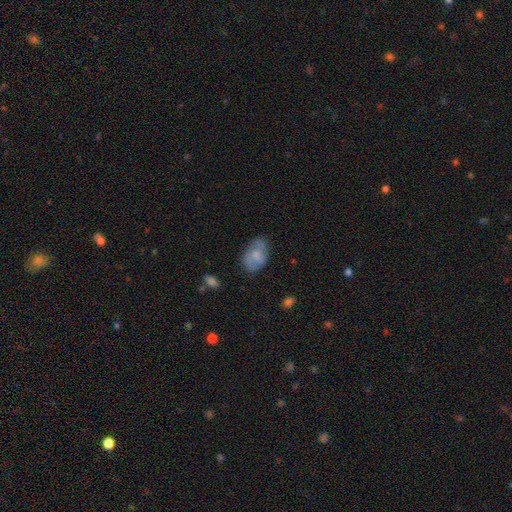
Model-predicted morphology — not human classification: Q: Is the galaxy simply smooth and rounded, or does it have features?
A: smooth — 57%.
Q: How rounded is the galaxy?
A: in between — 86%.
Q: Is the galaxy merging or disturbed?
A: none — 64%.